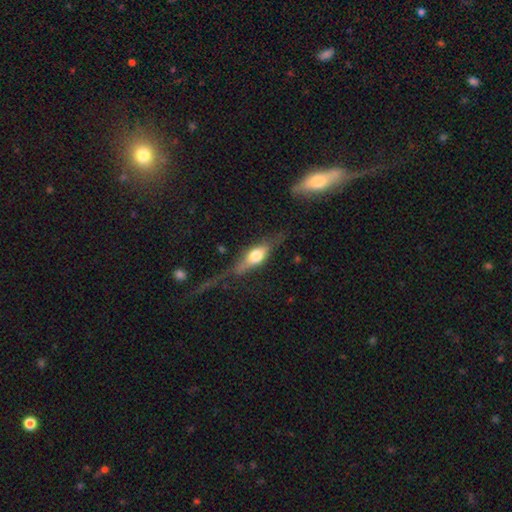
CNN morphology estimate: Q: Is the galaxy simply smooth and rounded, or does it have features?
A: featured or disk — 49%.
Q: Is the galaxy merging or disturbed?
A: none — 49%.